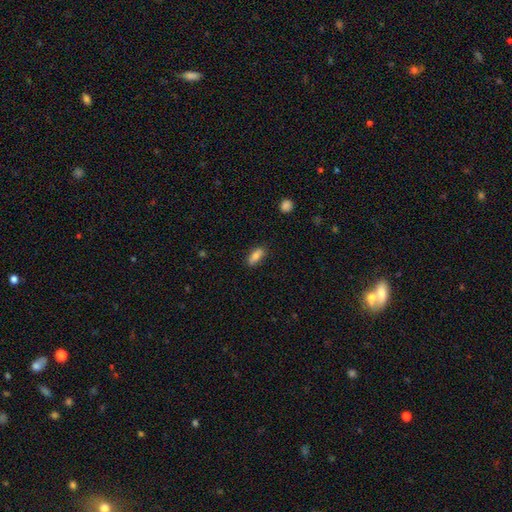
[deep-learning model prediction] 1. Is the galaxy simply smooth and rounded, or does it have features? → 81% smooth, 12% featured or disk, 7% star or artifact.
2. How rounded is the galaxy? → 75% in between, 22% cigar-shaped, 3% round.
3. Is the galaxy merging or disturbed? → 84% none, 12% minor disturbance, 2% major disturbance, 1% merger.